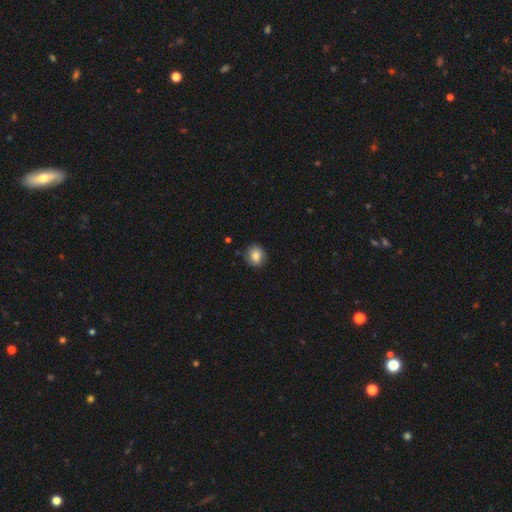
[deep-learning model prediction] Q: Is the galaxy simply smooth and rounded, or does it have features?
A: smooth — 80%.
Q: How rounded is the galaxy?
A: round — 79%.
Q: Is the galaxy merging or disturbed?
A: none — 85%.